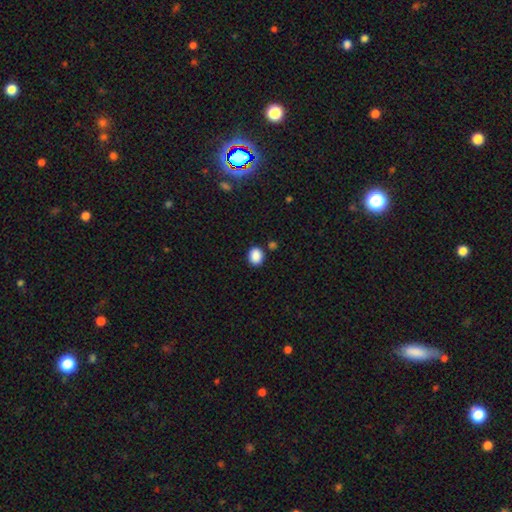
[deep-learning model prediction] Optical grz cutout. It shows a smooth galaxy with no disk features (88%) that is round (53%). Merging: none (84%).